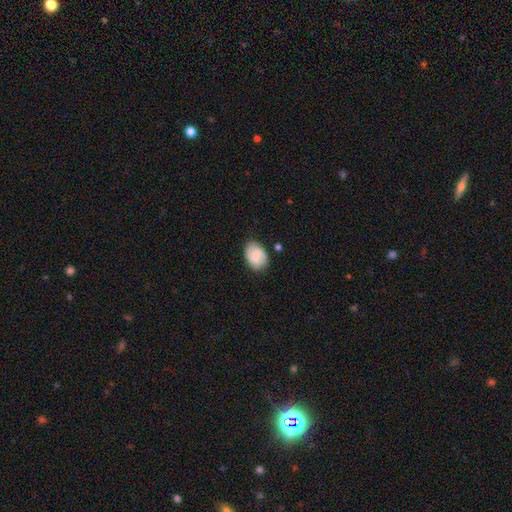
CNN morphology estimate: This is possibly a featured or disk galaxy (48%). Merging: likely none (79%).